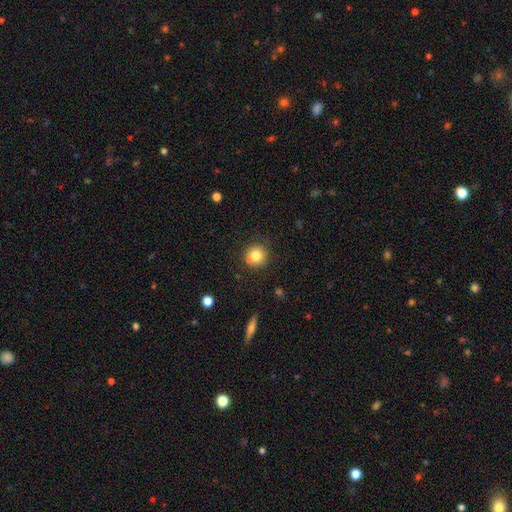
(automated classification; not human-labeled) smooth-or-featured: smooth: 78% | featured or disk: 11% | star or artifact: 11%
  how-rounded: round: 91% | in between: 8% | cigar-shaped: 1%
  merging: none: 71% | merger: 13% | minor disturbance: 12% | major disturbance: 3%